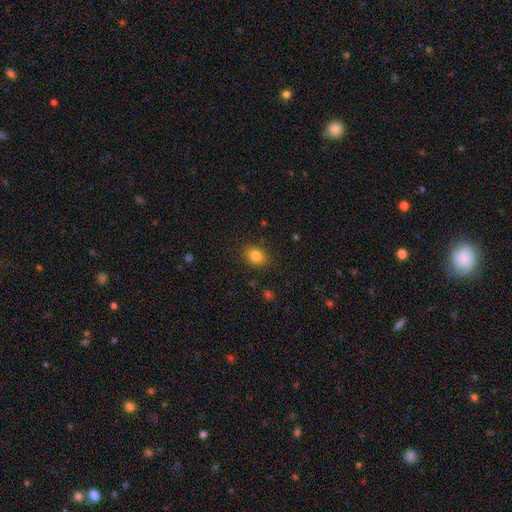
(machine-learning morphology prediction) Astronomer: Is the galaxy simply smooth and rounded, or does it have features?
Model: smooth — 83%.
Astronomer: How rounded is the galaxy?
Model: in between — 50% (runner-up: round, 49%).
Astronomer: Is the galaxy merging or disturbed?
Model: none — 87%.